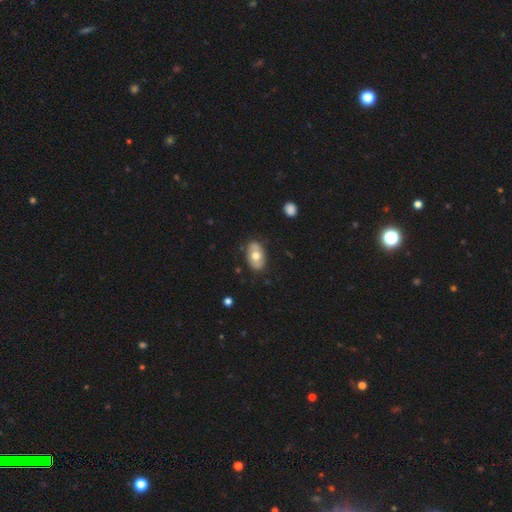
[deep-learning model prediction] Morphology: type=smooth (57%); roundness=in between (89%); merging=none (82%).